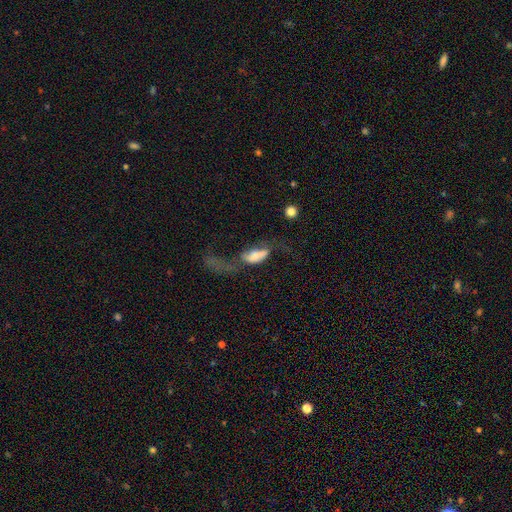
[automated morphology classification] type=smooth (58%); roundness=in between (80%); merging=major disturbance (59%).